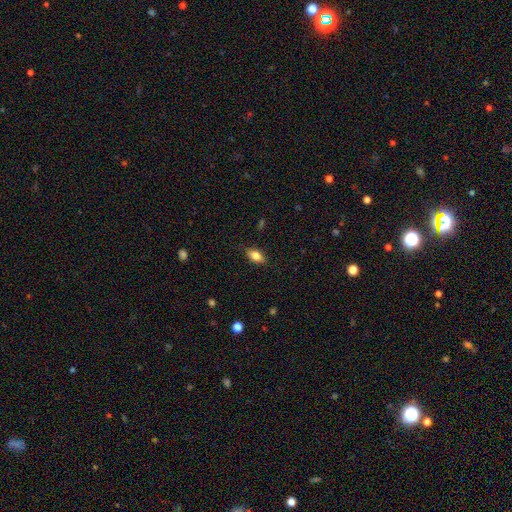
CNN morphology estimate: smooth-or-featured: smooth: 81% | featured or disk: 11% | star or artifact: 8%
  how-rounded: in between: 87% | round: 8% | cigar-shaped: 5%
  merging: none: 85% | minor disturbance: 12% | major disturbance: 2% | merger: 1%